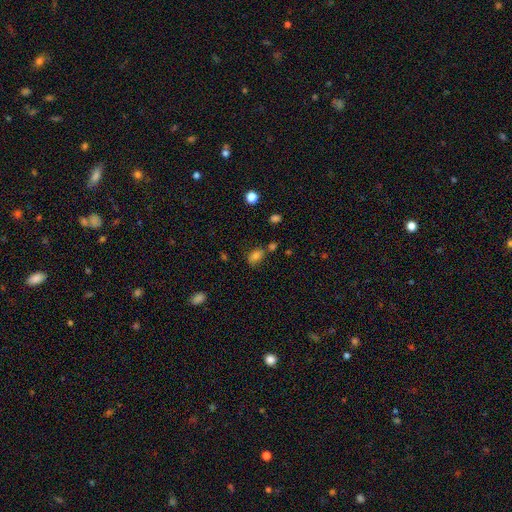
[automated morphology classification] smooth 78%, star or artifact 13%, featured or disk 9%. Down the decision tree: how rounded — in between (82%); merging — none (61%).